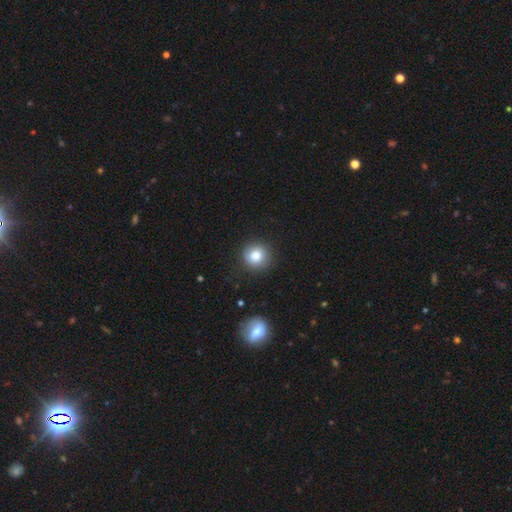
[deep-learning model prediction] Smooth or featured? smooth (82%)
How rounded? round (92%)
Merging? none (87%)